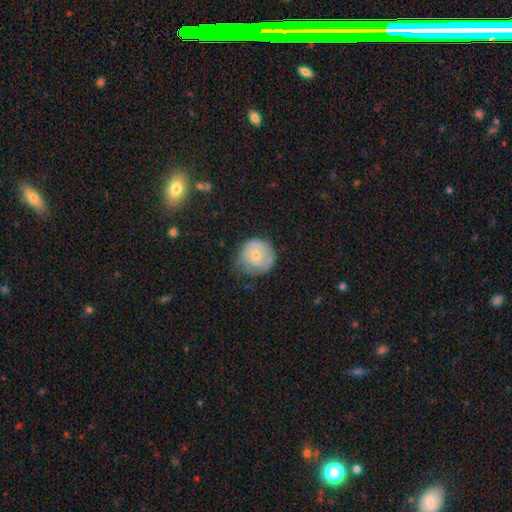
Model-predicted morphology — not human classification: smooth_or_featured: featured or disk (p=0.50) [alt: smooth p=0.43]
disk_edge_on: no (p=0.97) [alt: yes p=0.03]
merging: none (p=0.60) [alt: minor disturbance p=0.29]